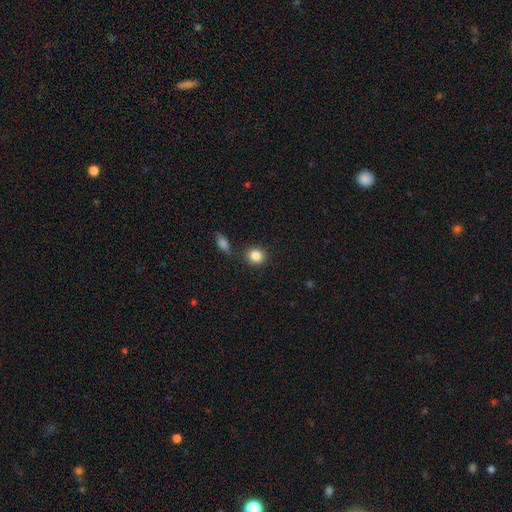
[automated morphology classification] type=smooth (85%); roundness=round (85%); merging=none (81%).